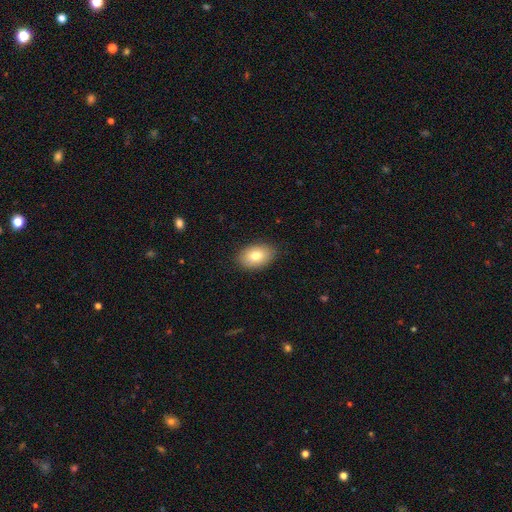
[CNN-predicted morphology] type=smooth (79%); roundness=in between (84%); merging=none (86%).